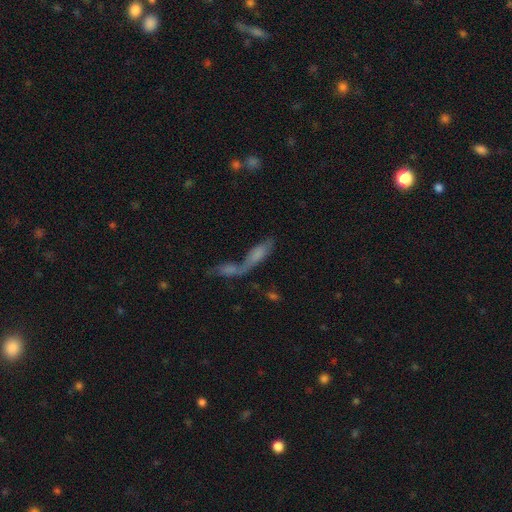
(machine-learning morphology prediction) The model was most divided on "how rounded": cigar-shaped: 49%, in between: 45%, round: 6%. More confident: merging — merger (63%); smooth or featured — smooth (52%).